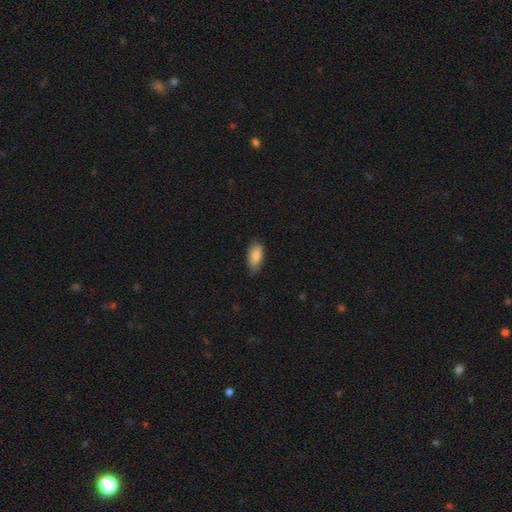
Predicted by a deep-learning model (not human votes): A smooth galaxy with no disk features (83%) that is in between round and cigar-shaped (88%). Merging: none (76%).